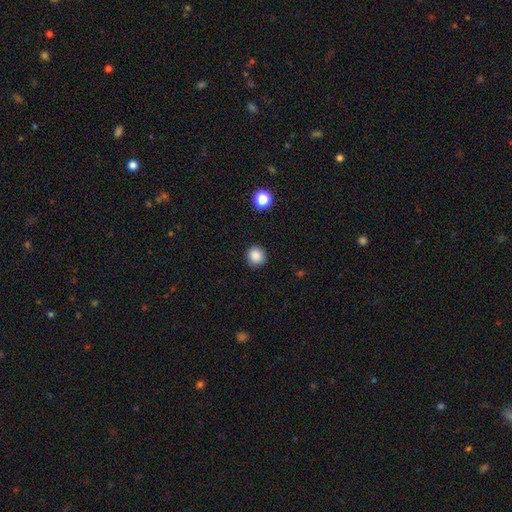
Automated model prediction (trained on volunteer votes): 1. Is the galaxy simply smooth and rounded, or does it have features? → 87% smooth, 10% star or artifact, 3% featured or disk.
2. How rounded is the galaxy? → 93% round, 6% in between, 1% cigar-shaped.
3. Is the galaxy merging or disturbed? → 91% none, 6% minor disturbance, 2% major disturbance, 1% merger.